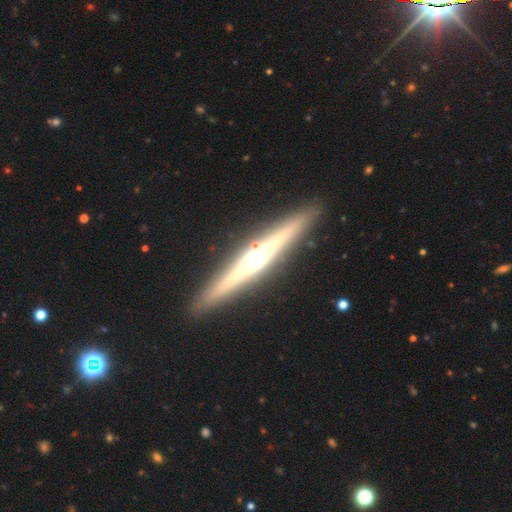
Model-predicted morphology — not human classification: Smooth or featured: featured or disk — 78% (smooth — 16%)
Edge-on disk: yes — 97% (no — 3%)
Edge-on bulge: rounded — 86% (boxy — 7%)
Merging: none — 91% (minor disturbance — 6%)